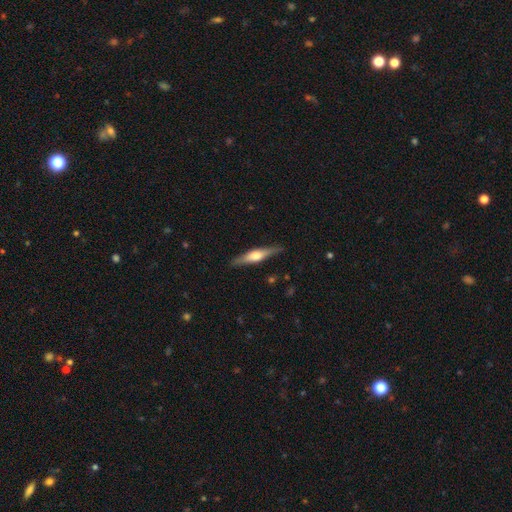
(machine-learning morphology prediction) featured or disk 65%, smooth 30%, star or artifact 5%. Down the decision tree: edge-on disk — yes (96%); edge-on bulge — rounded (88%); merging — none (88%).